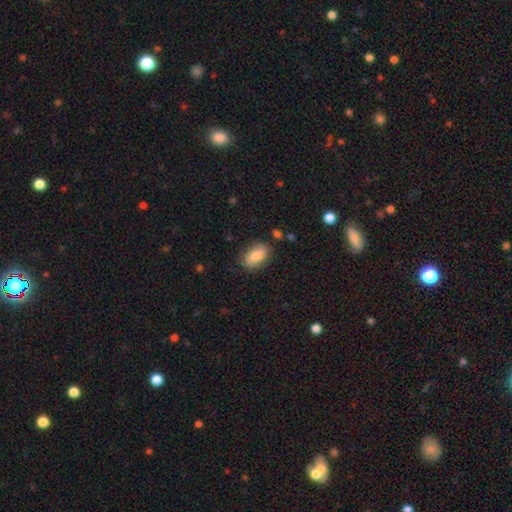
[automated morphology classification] This is likely a smooth galaxy (76%). How rounded: clearly in between (90%). Merging: likely none (79%).